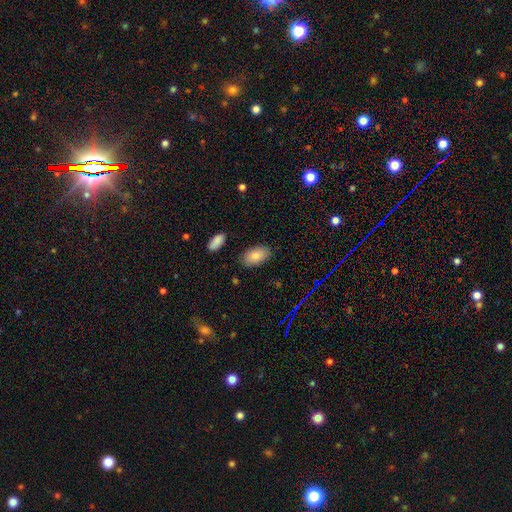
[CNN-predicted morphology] This is clearly a smooth galaxy (82%). How rounded: clearly in between (94%). Merging: clearly none (85%).